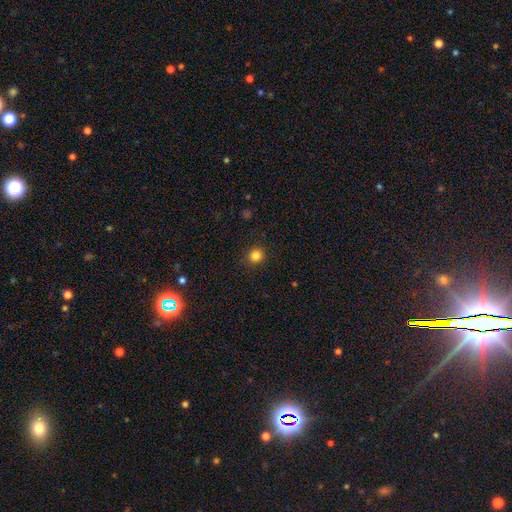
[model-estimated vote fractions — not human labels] The model was most divided on "smooth or featured": smooth: 83%, star or artifact: 13%, featured or disk: 4%. More confident: how rounded — round (91%); merging — none (89%).